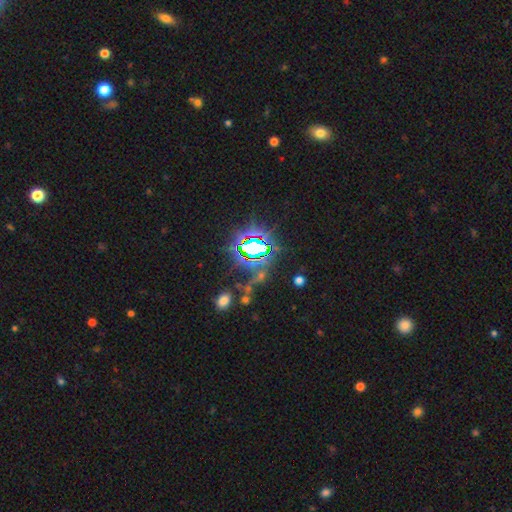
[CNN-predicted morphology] Smooth or featured: star or artifact — 77% (smooth — 13%)